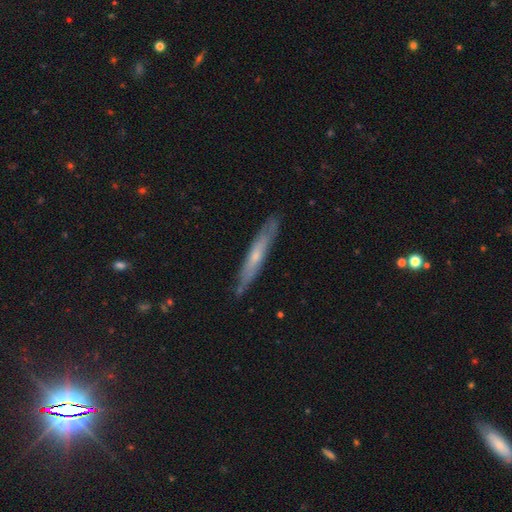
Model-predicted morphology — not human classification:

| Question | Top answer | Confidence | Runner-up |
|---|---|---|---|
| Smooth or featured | featured or disk | 53% | smooth (41%) |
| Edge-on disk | yes | 82% | no (18%) |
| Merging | none | 83% | minor disturbance (14%) |